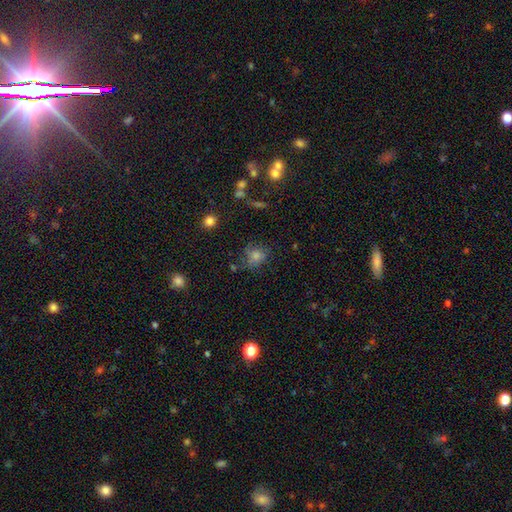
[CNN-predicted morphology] Q: Smooth or featured?
A: smooth (62%); runner-up: star or artifact (23%)
Q: How rounded?
A: round (74%); runner-up: in between (25%)
Q: Merging?
A: none (67%); runner-up: minor disturbance (19%)